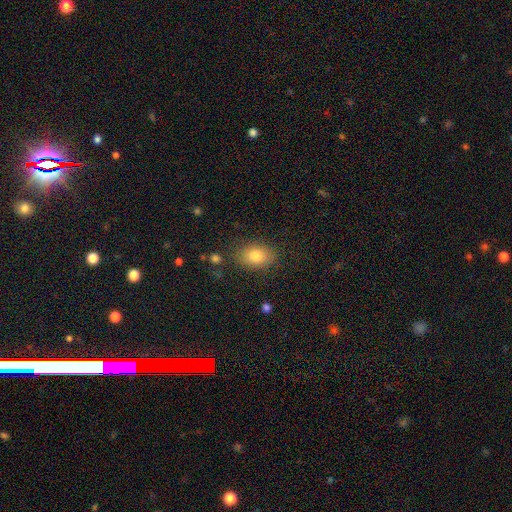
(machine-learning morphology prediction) smooth 82%, featured or disk 10%, star or artifact 9%. Down the decision tree: how rounded — in between (80%); merging — none (83%).